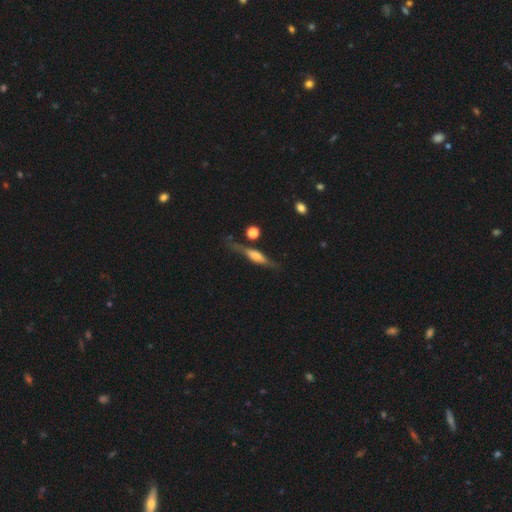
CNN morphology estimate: Overall: featured or disk (60%; smooth 33%). Edge-on disk: yes (89%). Edge-on bulge: rounded (61%; boxy 29%). Merging: none (68%).